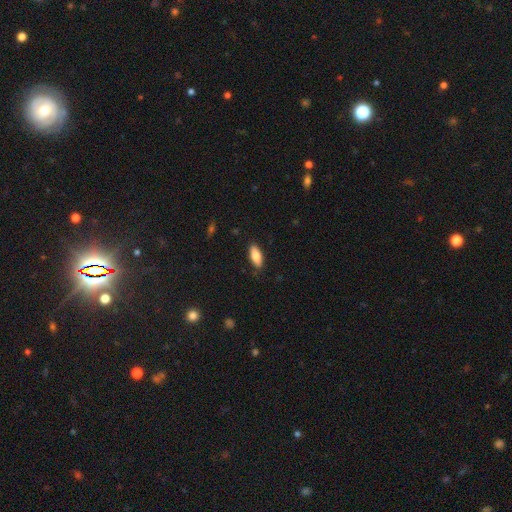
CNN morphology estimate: This appears to be a smooth galaxy with no disk features (81%) that is in between round and cigar-shaped (76%). Merging: none (86%).